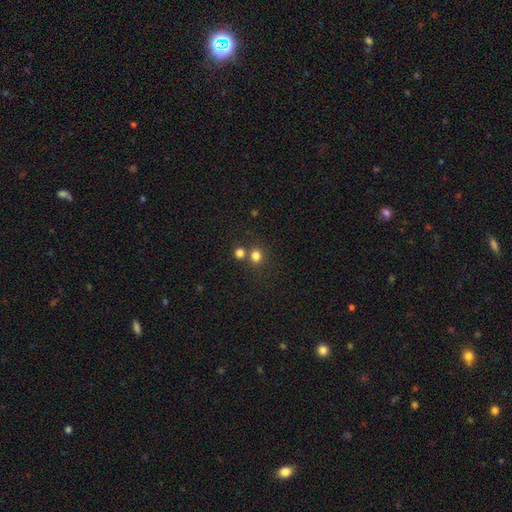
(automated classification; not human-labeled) Smooth or featured?
  - smooth: 80% *
  - star or artifact: 14%
  - featured or disk: 6%
How rounded?
  - round: 74% *
  - in between: 25%
  - cigar-shaped: 1%
Merging?
  - none: 62% *
  - merger: 27%
  - minor disturbance: 8%
  - major disturbance: 3%